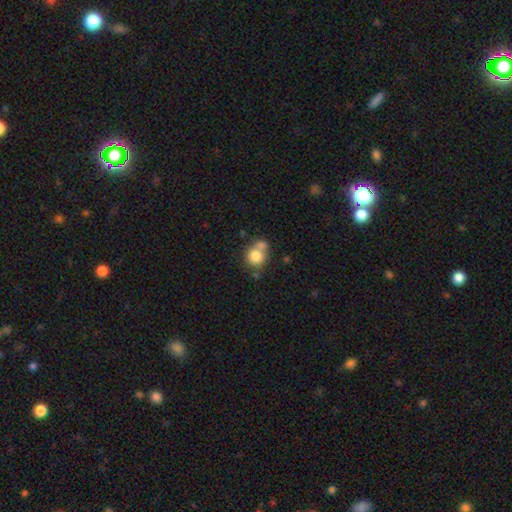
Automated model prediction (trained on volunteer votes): A smooth galaxy with no disk features (80%) that is round (82%).

Vote fractions:
- Smooth or featured? smooth: 80% / featured or disk: 11% / star or artifact: 9%
- How rounded? round: 82% / in between: 17% / cigar-shaped: 1%
- Merging? none: 46% / merger: 39% / minor disturbance: 11% / major disturbance: 4%